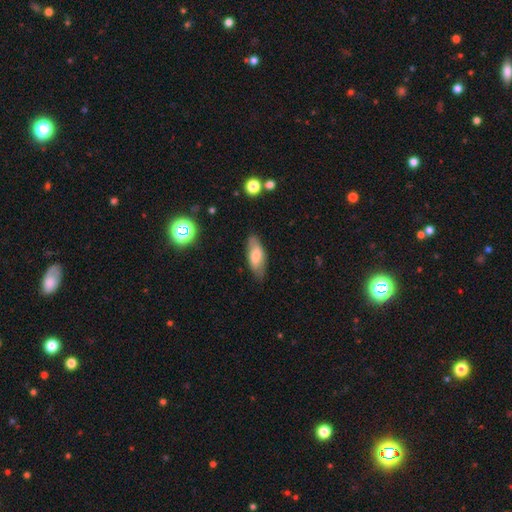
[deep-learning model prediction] smooth_or_featured: smooth (p=0.69) [alt: featured or disk p=0.24]
how_rounded: in between (p=0.77) [alt: cigar-shaped p=0.21]
merging: none (p=0.76) [alt: minor disturbance p=0.18]